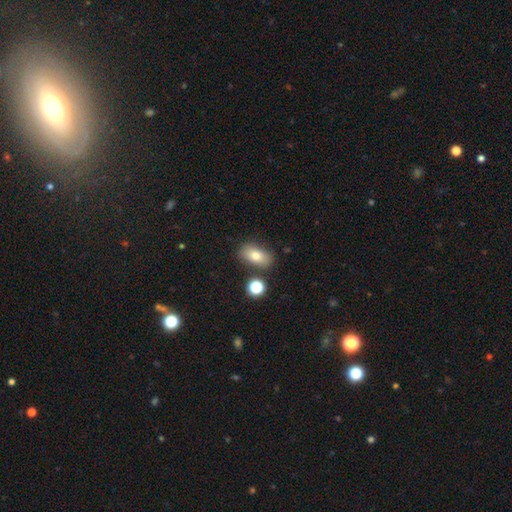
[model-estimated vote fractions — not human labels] A smooth galaxy with no disk features (77%) that is in between round and cigar-shaped (86%). Merging: none (78%).